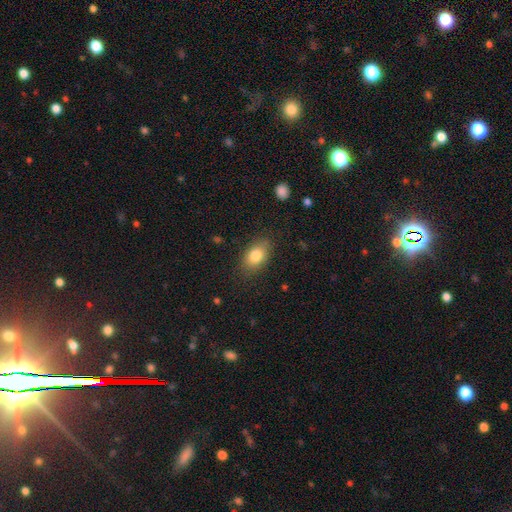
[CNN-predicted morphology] Overall: smooth (82%). How rounded: in between (88%). Merging: none (83%).